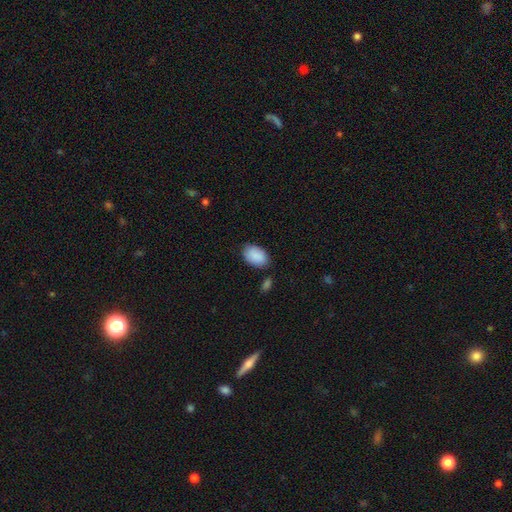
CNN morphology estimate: Smooth or featured?
  - smooth: 90% *
  - star or artifact: 6%
  - featured or disk: 4%
How rounded?
  - in between: 91% *
  - round: 8%
  - cigar-shaped: 1%
Merging?
  - none: 76% *
  - minor disturbance: 16%
  - merger: 5%
  - major disturbance: 4%